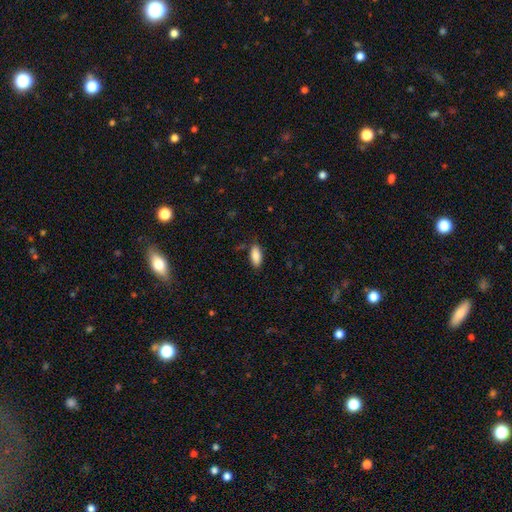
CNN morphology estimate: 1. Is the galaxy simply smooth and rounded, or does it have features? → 87% smooth, 7% star or artifact, 6% featured or disk.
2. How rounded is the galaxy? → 88% in between, 10% cigar-shaped, 2% round.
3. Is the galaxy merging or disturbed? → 83% none, 12% minor disturbance, 3% major disturbance, 2% merger.